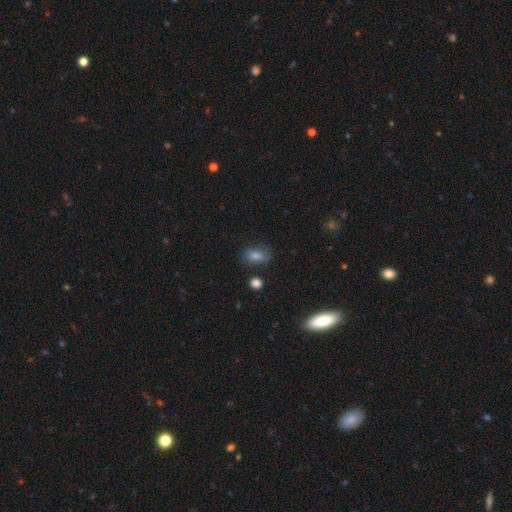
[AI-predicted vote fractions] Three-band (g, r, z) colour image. It shows a smooth galaxy with no disk features (74%) that is in between round and cigar-shaped (81%). Merging: none (78%).